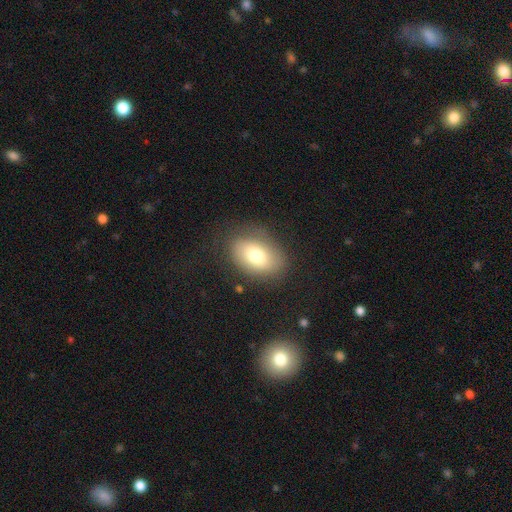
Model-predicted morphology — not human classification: smooth-or-featured: smooth: 75% | featured or disk: 17% | star or artifact: 9%
  how-rounded: in between: 85% | round: 14% | cigar-shaped: 1%
  merging: none: 76% | minor disturbance: 16% | major disturbance: 7% | merger: 2%